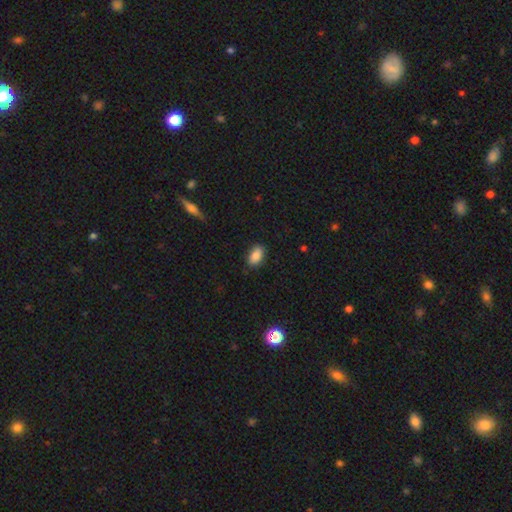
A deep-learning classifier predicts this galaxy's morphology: This is clearly a smooth galaxy (85%). How rounded: clearly in between (90%). Merging: clearly none (84%).